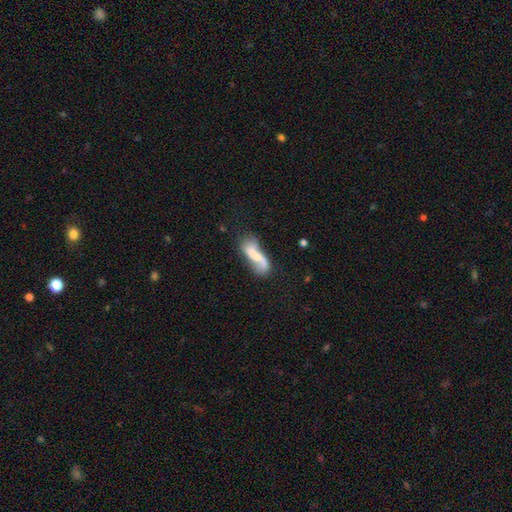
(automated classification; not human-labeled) Smooth or featured?
  - smooth: 46% * (tied)
  - featured or disk: 46% * (tied)
  - star or artifact: 8%
Merging?
  - none: 40% *
  - minor disturbance: 24%
  - major disturbance: 19%
  - merger: 18%